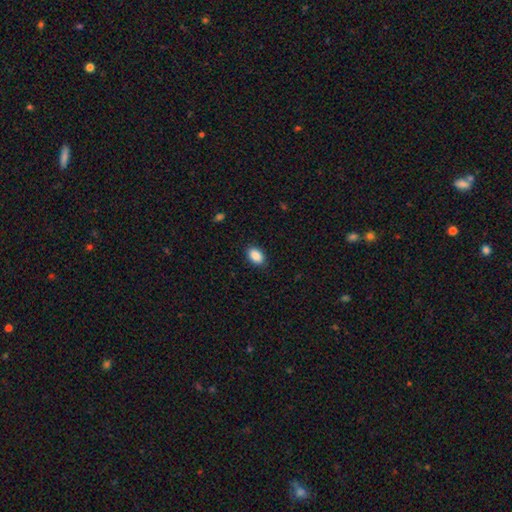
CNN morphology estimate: A smooth galaxy with no disk features (90%) that is in between round and cigar-shaped (88%).

Vote fractions:
- Smooth or featured? smooth: 90% / star or artifact: 7% / featured or disk: 3%
- How rounded? in between: 88% / round: 11% / cigar-shaped: 1%
- Merging? none: 88% / minor disturbance: 9% / major disturbance: 2% / merger: 1%